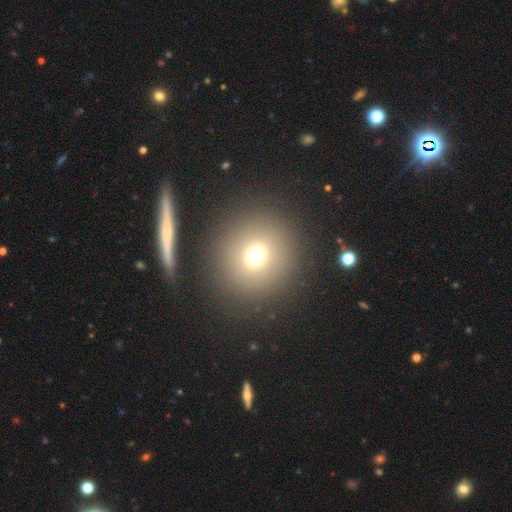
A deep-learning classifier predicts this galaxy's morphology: type=smooth (69%); roundness=round (89%); merging=none (84%).